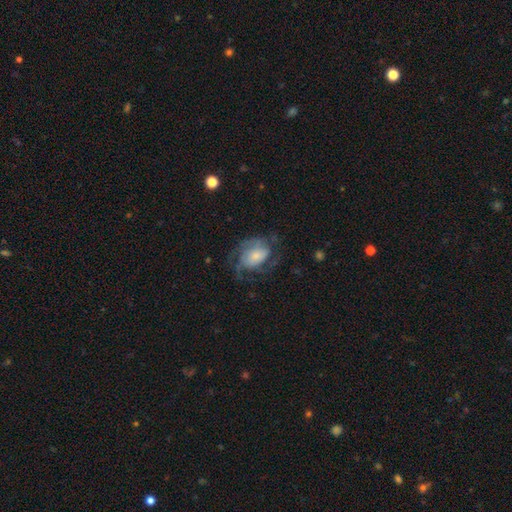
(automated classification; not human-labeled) This appears to be a featured or disk galaxy (65%) with no bar (67%), 2 (34%) medium (45%) spiral arms (84%) and a small central bulge (44%). Merging: none (49%).